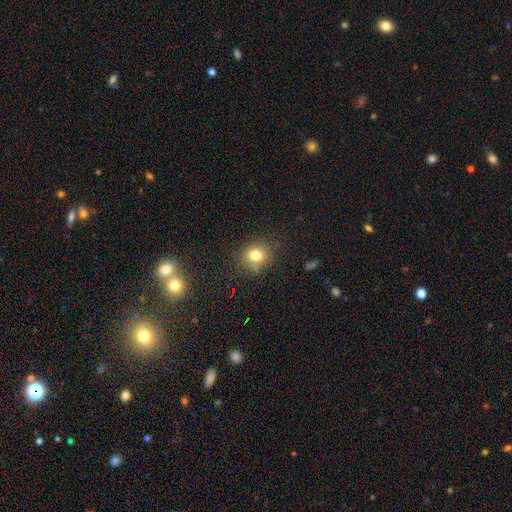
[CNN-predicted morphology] type=smooth (76%); roundness=round (78%); merging=none (80%).